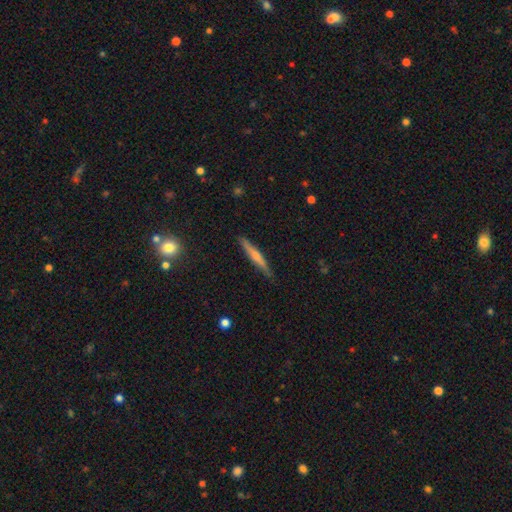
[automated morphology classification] The model was most divided on "smooth or featured": smooth: 48%, featured or disk: 45%, star or artifact: 7%. More confident: merging — none (87%).